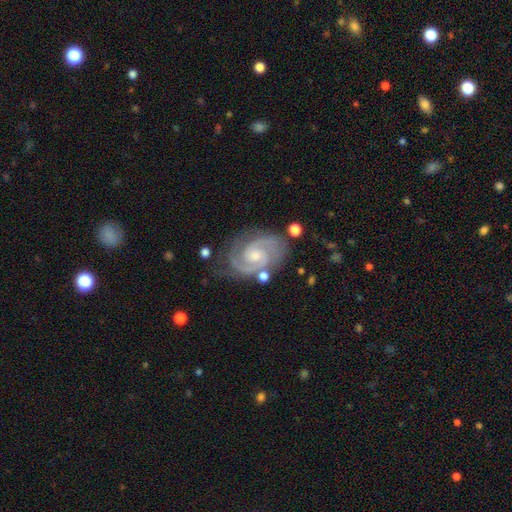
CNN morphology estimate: Smooth or featured? featured or disk (91%)
Edge-on disk? no (98%)
Bar? no (58%)
Spiral arms? yes (98%)
Spiral winding? tight (54%)
Spiral arm count? 2 (86%)
Bulge size? small (53%)
Merging? none (73%)